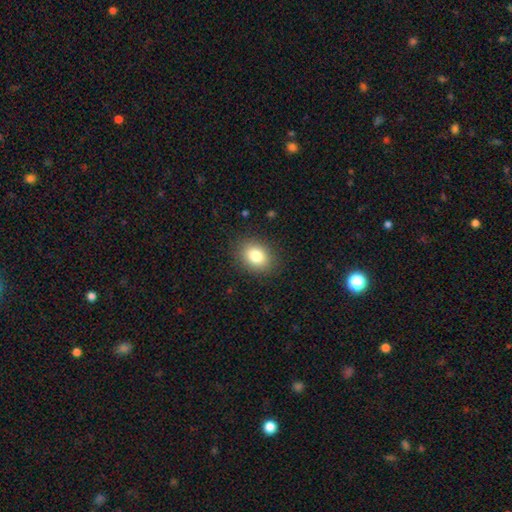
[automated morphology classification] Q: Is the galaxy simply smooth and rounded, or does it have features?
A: smooth — 82%.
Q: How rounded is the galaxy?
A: in between — 62%.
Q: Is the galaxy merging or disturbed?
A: none — 87%.